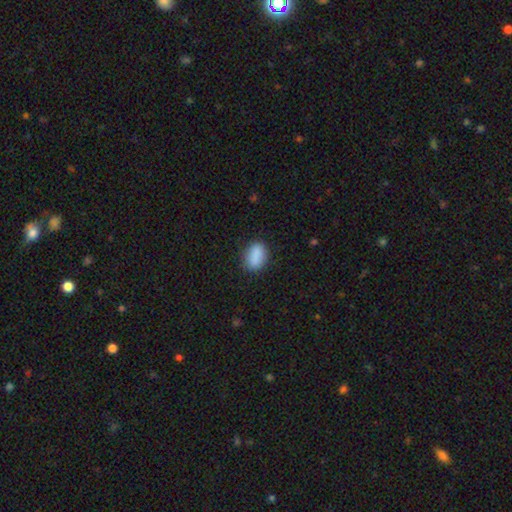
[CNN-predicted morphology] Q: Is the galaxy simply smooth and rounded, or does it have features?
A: smooth — 87%.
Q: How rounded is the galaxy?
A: in between — 84%.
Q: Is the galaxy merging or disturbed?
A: none — 82%.